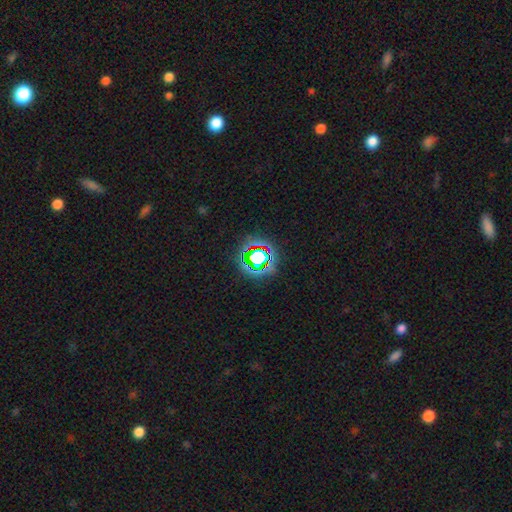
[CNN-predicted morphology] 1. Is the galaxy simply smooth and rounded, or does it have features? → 63% star or artifact, 24% smooth, 13% featured or disk.